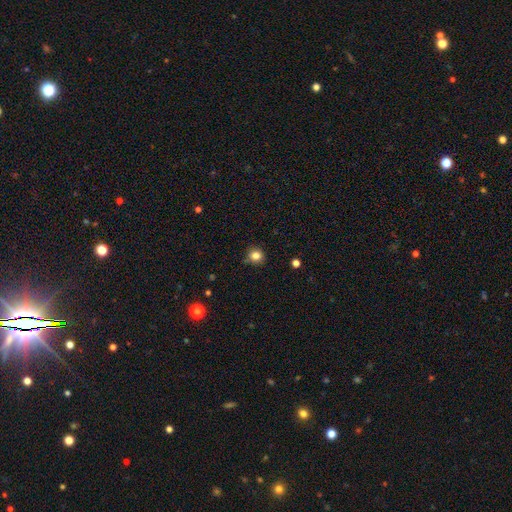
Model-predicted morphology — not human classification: Smooth or featured: smooth — 81% (star or artifact — 13%)
How rounded: round — 86% (in between — 13%)
Merging: none — 79% (minor disturbance — 16%)